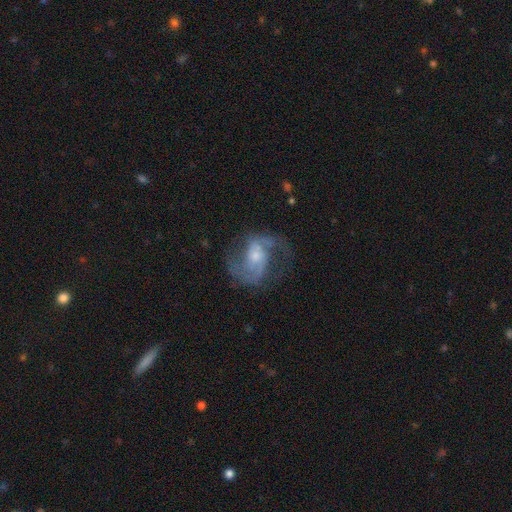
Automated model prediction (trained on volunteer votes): featured or disk 85%, smooth 8%, star or artifact 7%. Down the decision tree: edge-on disk — no (98%); bar — no (49%); spiral arms — yes (95%); spiral arm count — 2 (87%); spiral winding — medium (52%); bulge size — small (48%); merging — none (65%).